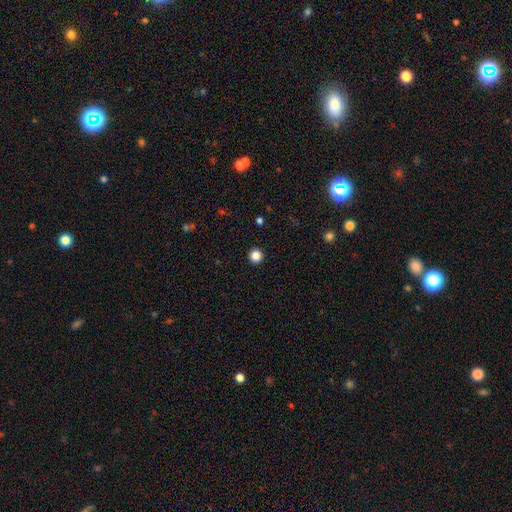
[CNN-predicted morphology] Smooth or featured? smooth (86%)
How rounded? round (96%)
Merging? none (94%)